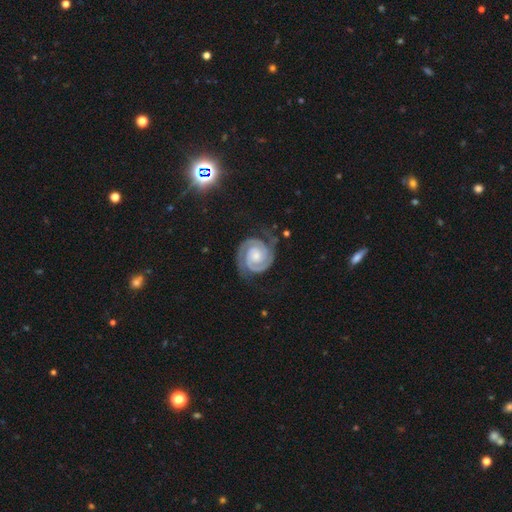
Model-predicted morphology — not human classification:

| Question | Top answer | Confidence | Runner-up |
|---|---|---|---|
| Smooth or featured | featured or disk | 92% | star or artifact (4%) |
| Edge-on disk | no | 98% | yes (2%) |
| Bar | no | 66% | weak (25%) |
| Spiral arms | yes | 99% | no (1%) |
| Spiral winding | tight | 75% | medium (23%) |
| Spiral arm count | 2 | 92% | 3 (3%) |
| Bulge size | small | 42% | tied: moderate (42%) |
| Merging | none | 76% | minor disturbance (16%) |